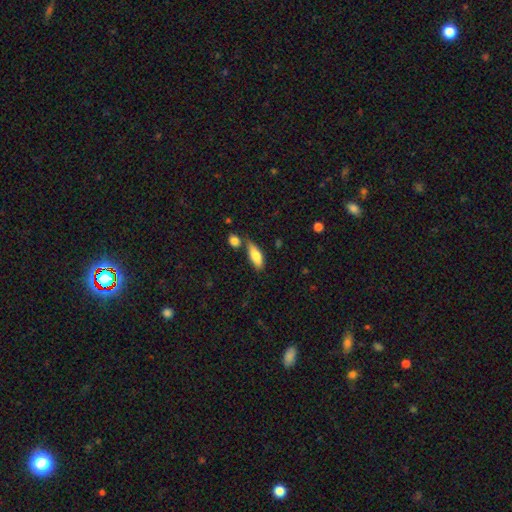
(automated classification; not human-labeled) This is likely a smooth galaxy (77%). How rounded: likely in between (70%). Merging: possibly none (59%).